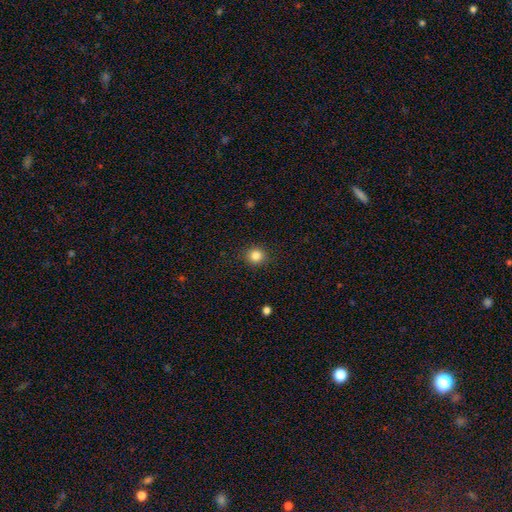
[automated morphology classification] smooth 84%, star or artifact 11%, featured or disk 5%. Down the decision tree: how rounded — round (90%); merging — none (91%).